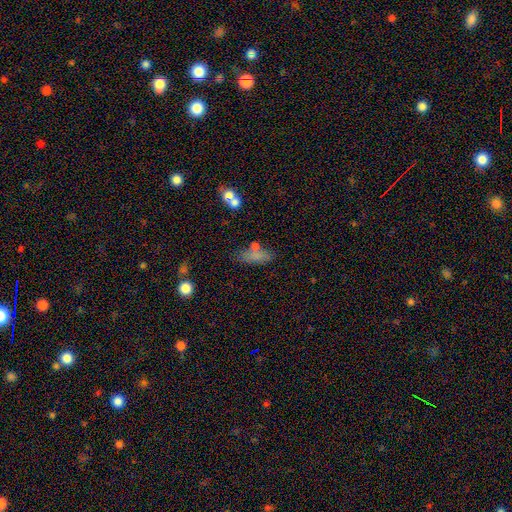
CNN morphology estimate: type=smooth (72%); roundness=in between (67%); merging=none (59%).